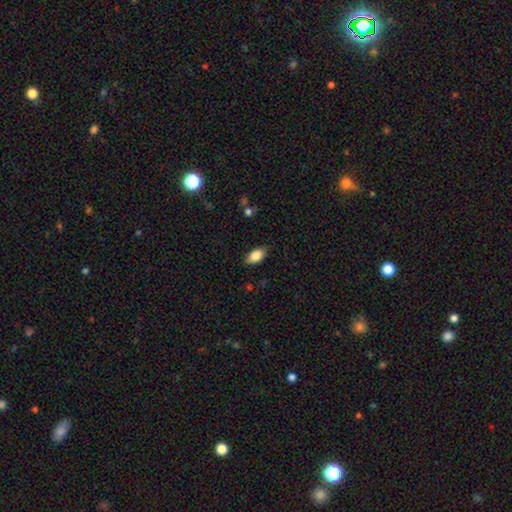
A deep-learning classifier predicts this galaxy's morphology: Overall: smooth (84%). How rounded: in between (90%). Merging: none (83%).